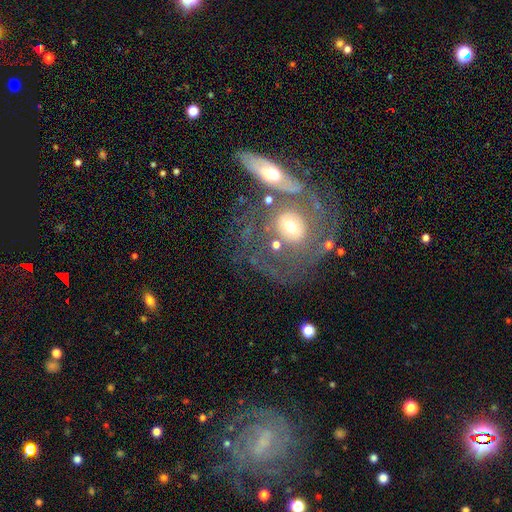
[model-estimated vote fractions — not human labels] featured or disk 69%, smooth 21%, star or artifact 11%. Down the decision tree: edge-on disk — no (87%); bar — no (67%); spiral arms — yes (62%); bulge size — moderate (53%); merging — none (43%).